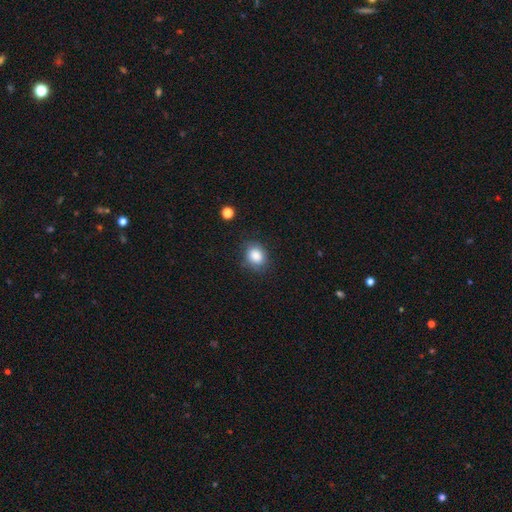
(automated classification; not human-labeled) This is clearly a smooth galaxy (85%). How rounded: possibly round (52%). Merging: likely none (78%).